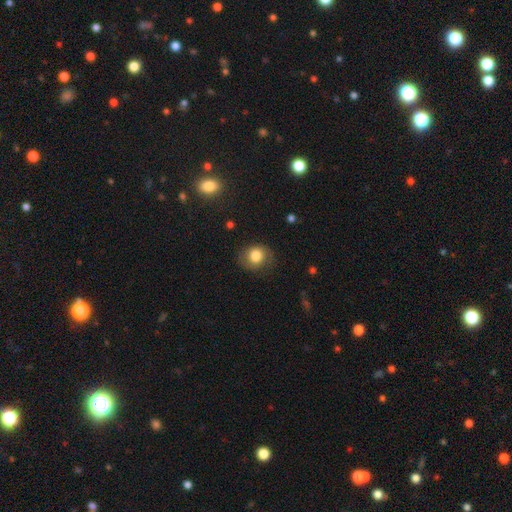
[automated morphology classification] The model was most divided on "how rounded": round: 71%, in between: 28%, cigar-shaped: 1%. More confident: smooth or featured — smooth (77%); merging — none (76%).